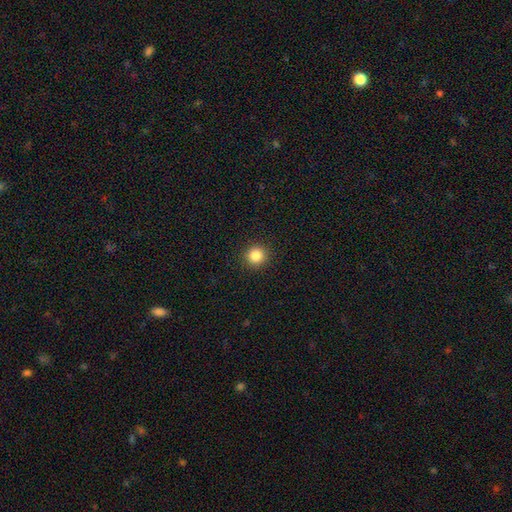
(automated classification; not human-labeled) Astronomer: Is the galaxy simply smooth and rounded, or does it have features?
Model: smooth — 85%.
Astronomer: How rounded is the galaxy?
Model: round — 94%.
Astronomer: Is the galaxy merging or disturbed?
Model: none — 92%.